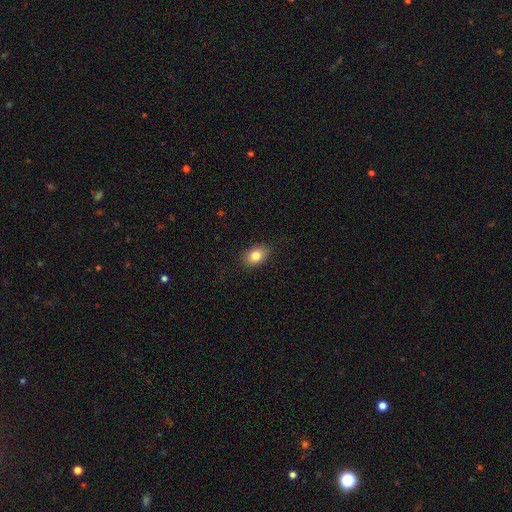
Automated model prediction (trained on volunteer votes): smooth_or_featured: smooth (p=0.82) [alt: featured or disk p=0.09]
how_rounded: in between (p=0.79) [alt: round p=0.19]
merging: none (p=0.87) [alt: minor disturbance p=0.10]